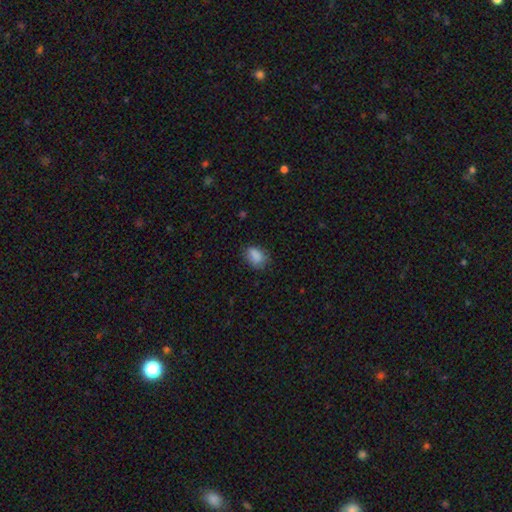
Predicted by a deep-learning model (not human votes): Smooth or featured? Predicted: smooth (p=0.85). How rounded? Predicted: in between (p=0.78). Merging? Predicted: none (p=0.68).